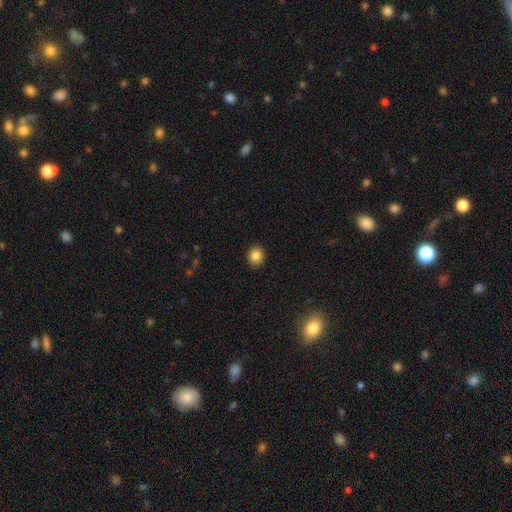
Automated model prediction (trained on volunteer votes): Q: Smooth or featured?
A: smooth (85%); runner-up: star or artifact (10%)
Q: How rounded?
A: round (78%); runner-up: in between (21%)
Q: Merging?
A: none (91%); runner-up: minor disturbance (6%)